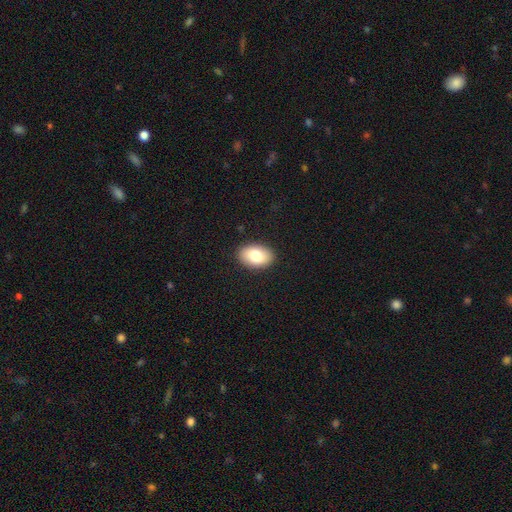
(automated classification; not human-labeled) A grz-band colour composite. It shows a smooth galaxy with no disk features (80%) that is in between round and cigar-shaped (88%). Merging: none (90%).